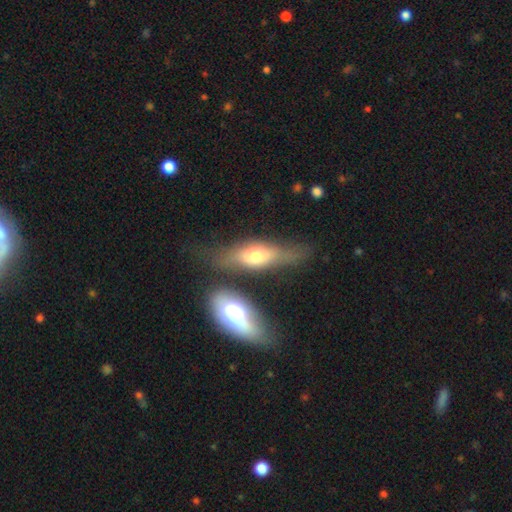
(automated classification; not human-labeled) A featured or disk galaxy (47%).

Vote fractions:
- Smooth or featured? featured or disk: 47% / smooth: 45% / star or artifact: 8%
- Merging? none: 54% / merger: 18% / minor disturbance: 18% / major disturbance: 10%